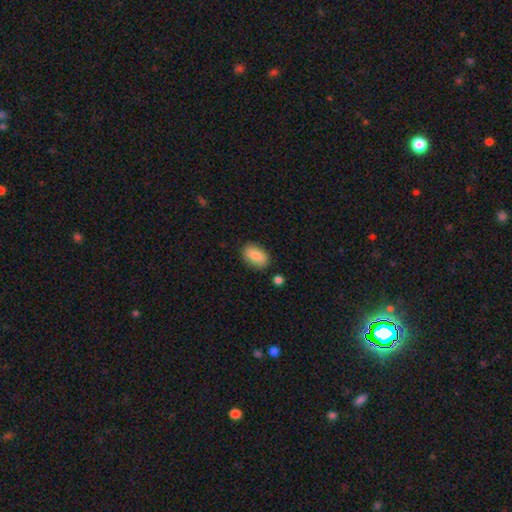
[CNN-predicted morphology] Smooth or featured?
  - smooth: 84% *
  - featured or disk: 9%
  - star or artifact: 7%
How rounded?
  - in between: 89% *
  - round: 8%
  - cigar-shaped: 3%
Merging?
  - none: 82% *
  - minor disturbance: 12%
  - major disturbance: 3%
  - merger: 3%